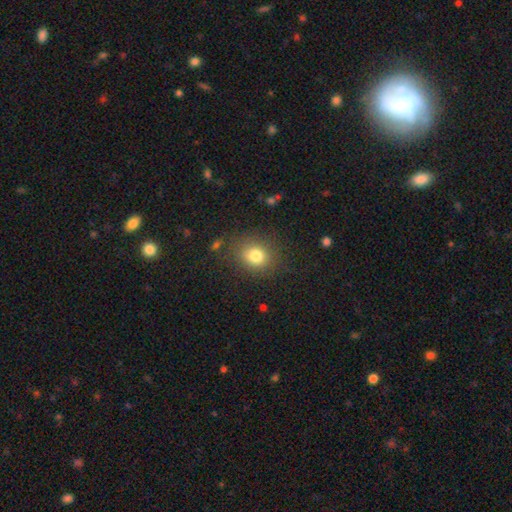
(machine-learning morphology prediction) Smooth or featured?
  - smooth: 80% *
  - star or artifact: 12%
  - featured or disk: 8%
How rounded?
  - round: 71% *
  - in between: 28%
  - cigar-shaped: 1%
Merging?
  - none: 82% *
  - minor disturbance: 12%
  - major disturbance: 5%
  - merger: 2%